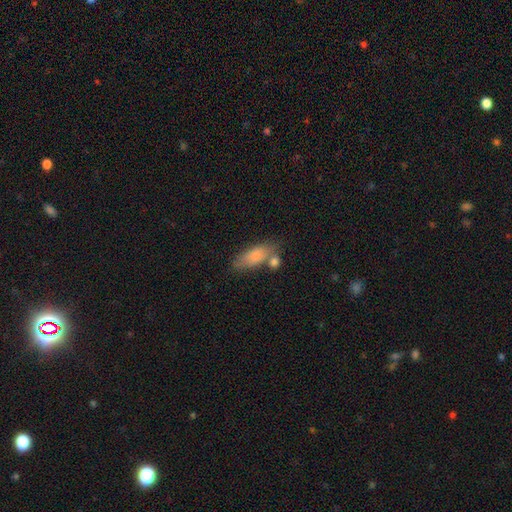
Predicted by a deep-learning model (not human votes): smooth 81%, featured or disk 12%, star or artifact 7%. Down the decision tree: how rounded — in between (76%); merging — none (51%).